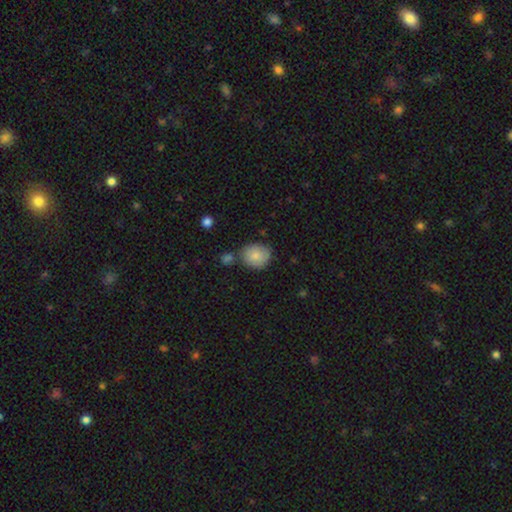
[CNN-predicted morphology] This is clearly a smooth galaxy (82%). How rounded: likely round (72%). Merging: likely none (67%).